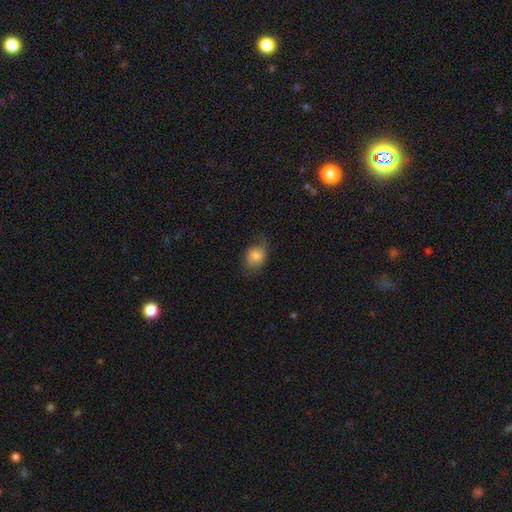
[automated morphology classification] Smooth or featured? smooth (69%)
How rounded? in between (62%)
Merging? none (62%)